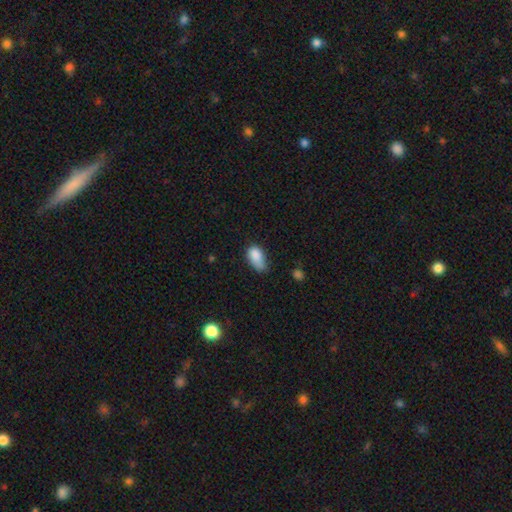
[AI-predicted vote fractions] This is clearly a smooth galaxy (84%). How rounded: clearly in between (90%). Merging: possibly minor disturbance (45%).